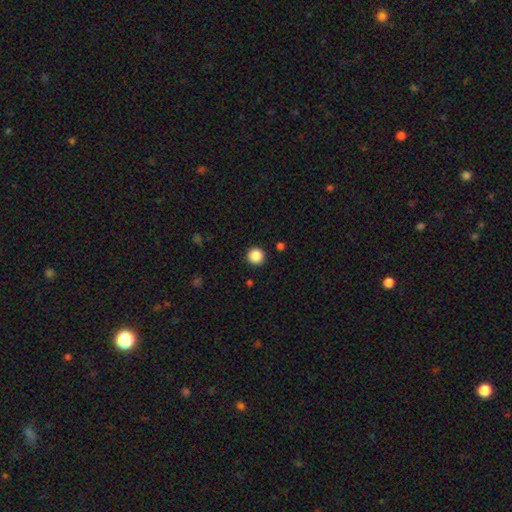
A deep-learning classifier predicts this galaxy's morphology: smooth_or_featured: smooth (p=0.88) [alt: star or artifact p=0.10]
how_rounded: round (p=0.96) [alt: in between p=0.03]
merging: none (p=0.92) [alt: minor disturbance p=0.05]